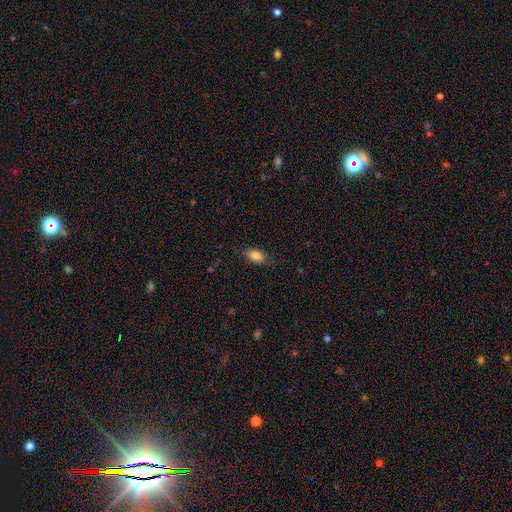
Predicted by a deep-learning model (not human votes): This is clearly a smooth galaxy (84%). How rounded: clearly in between (89%). Merging: clearly none (83%).